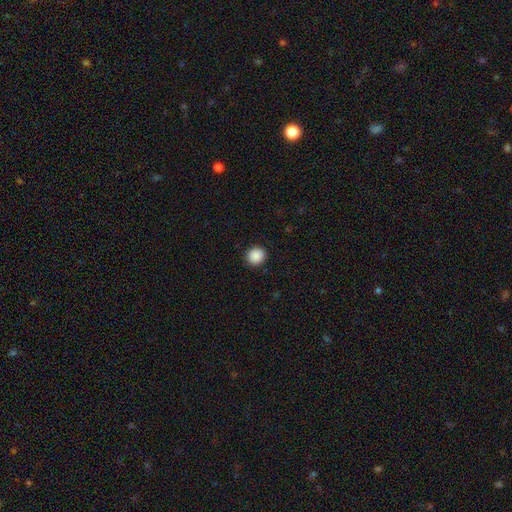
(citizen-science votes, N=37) Smooth or featured: smooth — 86% (star or artifact — 8%)
How rounded: round — 97% (in between — 3%)
Merging: none — 94% (major disturbance — 3%)